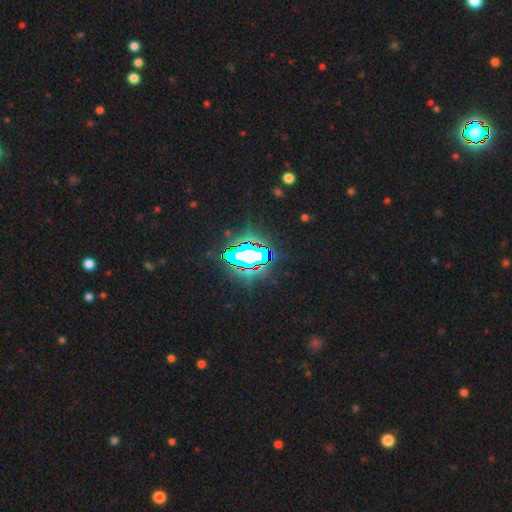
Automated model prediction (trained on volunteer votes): Overall: star or artifact (83%).